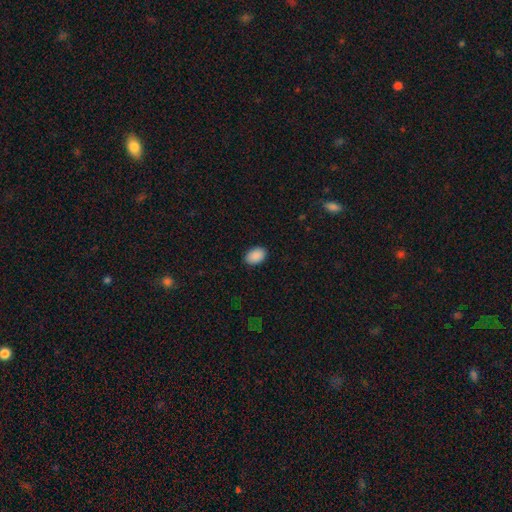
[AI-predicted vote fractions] A smooth galaxy with no disk features (91%) that is in between round and cigar-shaped (86%). Merging: none (89%).